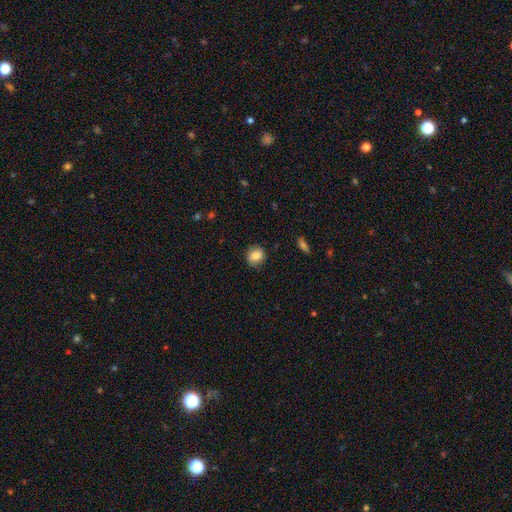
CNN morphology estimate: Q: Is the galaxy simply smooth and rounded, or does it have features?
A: smooth — 81%.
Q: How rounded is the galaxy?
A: round — 76%.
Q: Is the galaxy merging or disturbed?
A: none — 85%.